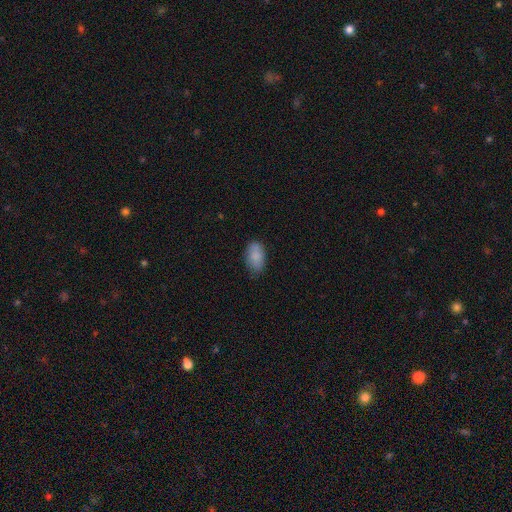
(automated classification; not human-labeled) smooth-or-featured: smooth: 86% | star or artifact: 7% | featured or disk: 7%
  how-rounded: in between: 93% | round: 5% | cigar-shaped: 2%
  merging: none: 76% | minor disturbance: 19% | major disturbance: 4% | merger: 1%